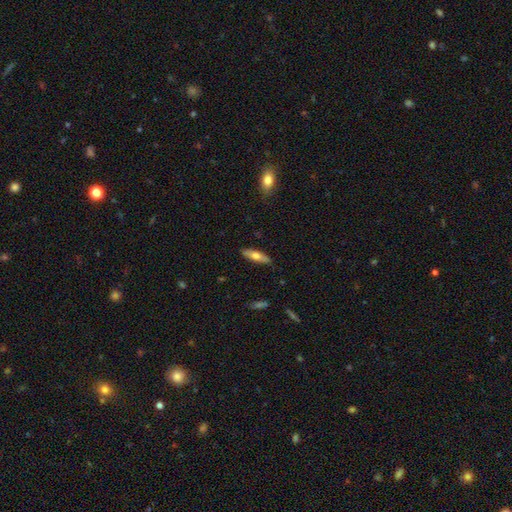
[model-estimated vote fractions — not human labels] smooth-or-featured: smooth: 63% | featured or disk: 31% | star or artifact: 6%
  how-rounded: cigar-shaped: 57% | in between: 40% | round: 2%
  merging: none: 87% | minor disturbance: 10% | major disturbance: 2% | merger: 1%